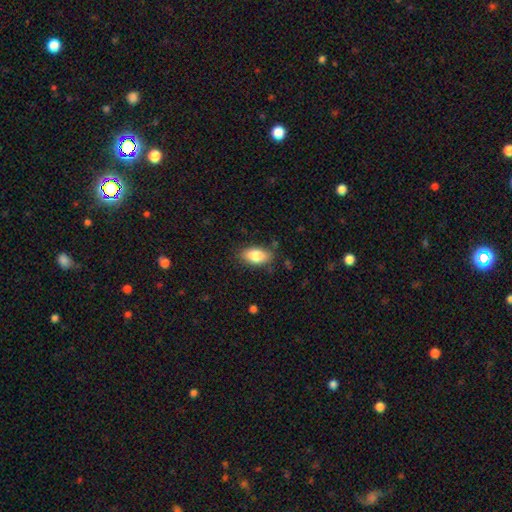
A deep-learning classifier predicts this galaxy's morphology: A smooth galaxy with no disk features (84%) that is in between round and cigar-shaped (91%).

Vote fractions:
- Smooth or featured? smooth: 84% / featured or disk: 8% / star or artifact: 7%
- How rounded? in between: 91% / round: 6% / cigar-shaped: 3%
- Merging? none: 80% / minor disturbance: 15% / major disturbance: 3% / merger: 2%